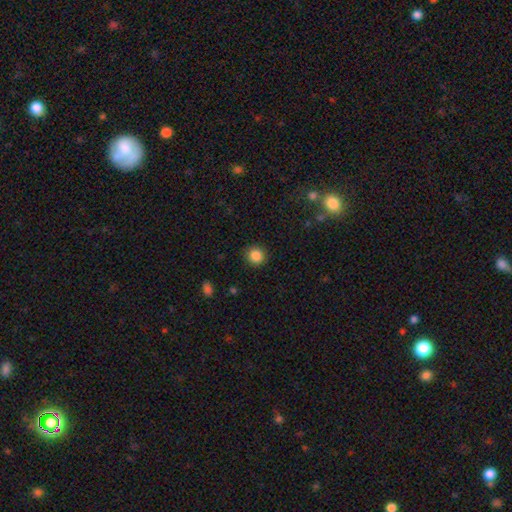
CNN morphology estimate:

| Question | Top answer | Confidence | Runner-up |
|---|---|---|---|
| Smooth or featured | smooth | 85% | star or artifact (10%) |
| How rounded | round | 92% | in between (7%) |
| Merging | none | 90% | minor disturbance (6%) |